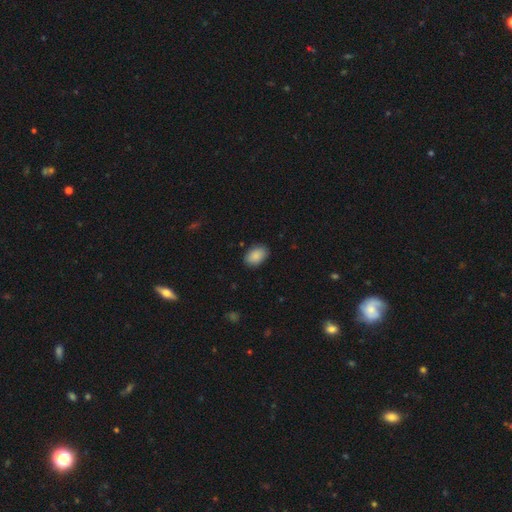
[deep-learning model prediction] This is clearly a smooth galaxy (89%). How rounded: clearly in between (88%). Merging: clearly none (87%).